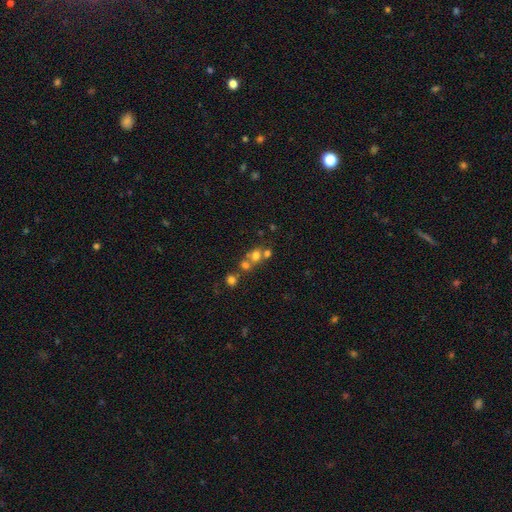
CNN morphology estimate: Smooth or featured? Predicted: smooth (p=0.62). How rounded? Predicted: round (p=0.74). Merging? Predicted: merger (p=0.49).